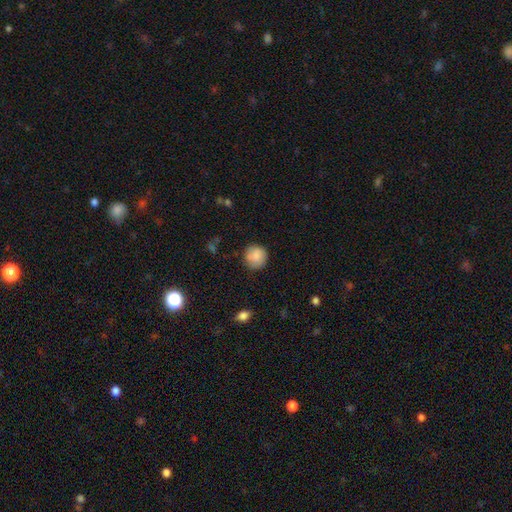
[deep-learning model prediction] Smooth or featured: smooth — 85% (star or artifact — 8%)
How rounded: round — 92% (in between — 7%)
Merging: none — 82% (minor disturbance — 13%)